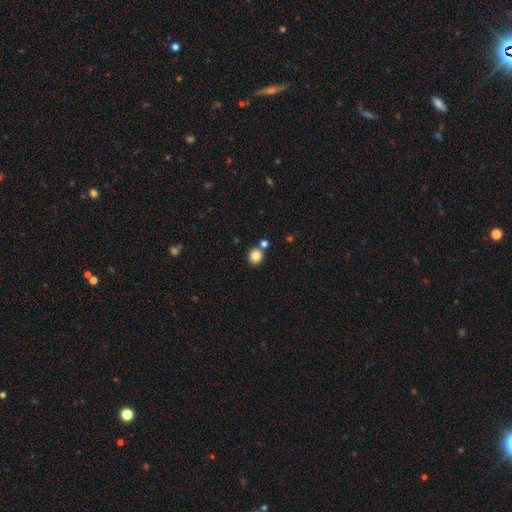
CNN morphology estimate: This is clearly a smooth galaxy (84%). How rounded: clearly round (88%). Merging: likely none (74%).